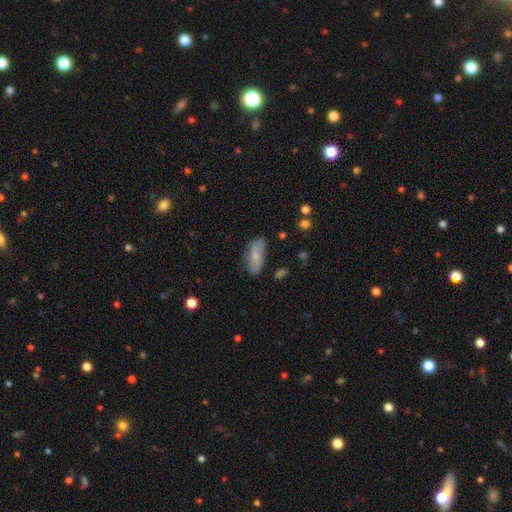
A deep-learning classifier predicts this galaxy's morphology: A smooth galaxy with no disk features (73%) that is in between round and cigar-shaped (82%). Merging: none (67%).